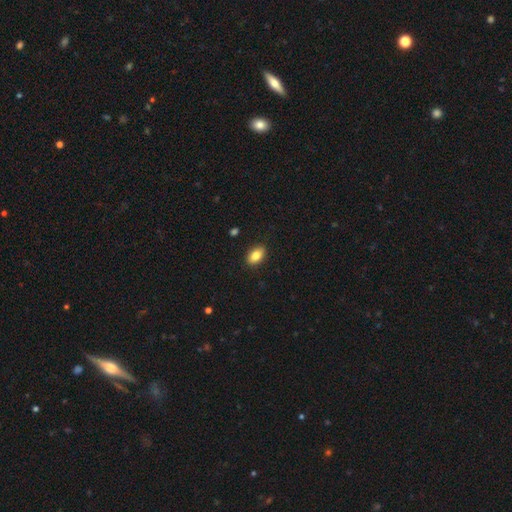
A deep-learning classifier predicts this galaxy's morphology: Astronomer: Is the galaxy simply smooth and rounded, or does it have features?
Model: smooth — 84%.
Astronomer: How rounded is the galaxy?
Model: in between — 90%.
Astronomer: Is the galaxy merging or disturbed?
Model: none — 89%.